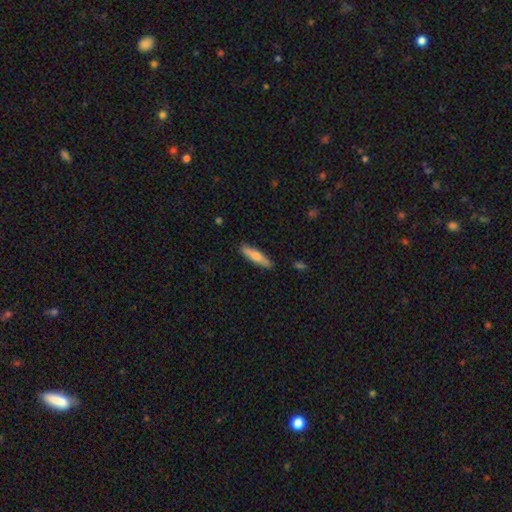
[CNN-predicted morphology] Smooth or featured?
  - smooth: 68% *
  - featured or disk: 27%
  - star or artifact: 6%
How rounded?
  - cigar-shaped: 76% *
  - in between: 23%
  - round: 2%
Merging?
  - none: 88% *
  - minor disturbance: 9%
  - major disturbance: 2%
  - merger: 1%